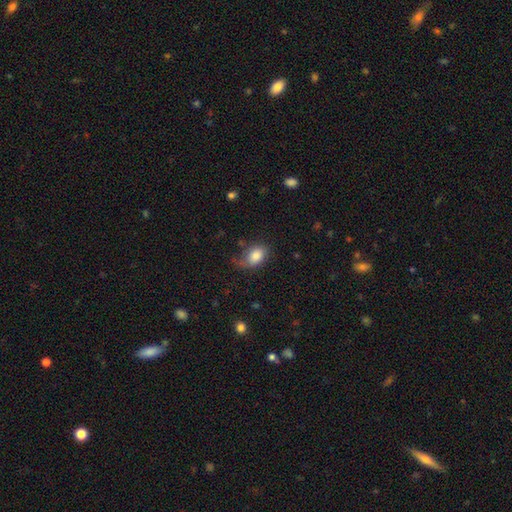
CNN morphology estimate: The model was most divided on "merging": none: 49%, minor disturbance: 29%, major disturbance: 18%, merger: 3%. More confident: how rounded — in between (82%); smooth or featured — smooth (79%).